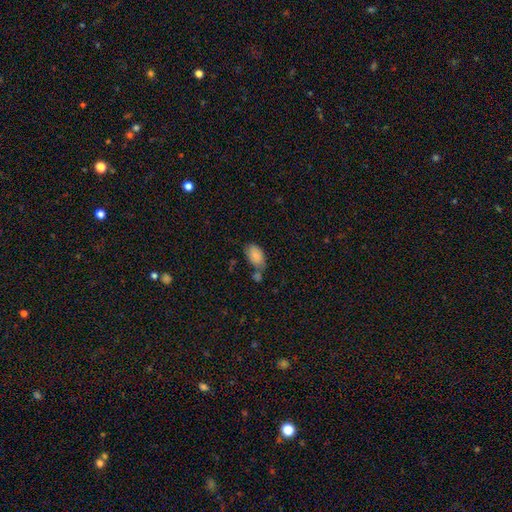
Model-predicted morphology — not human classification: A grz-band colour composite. It shows a smooth galaxy with no disk features (85%) that is in between round and cigar-shaped (93%). Merging: none (45%).